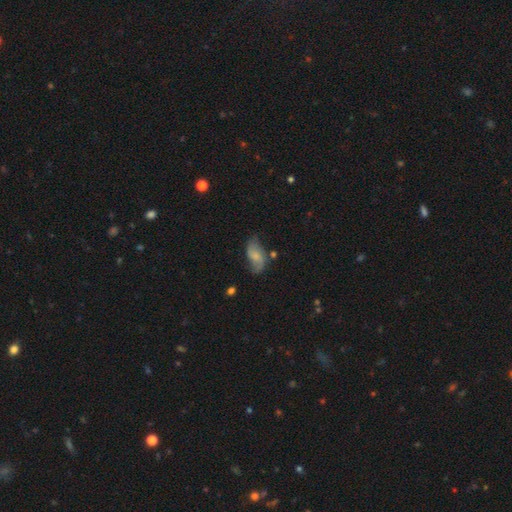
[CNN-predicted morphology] Smooth or featured: featured or disk — 48% (smooth — 44%)
Merging: none — 55% (minor disturbance — 27%)